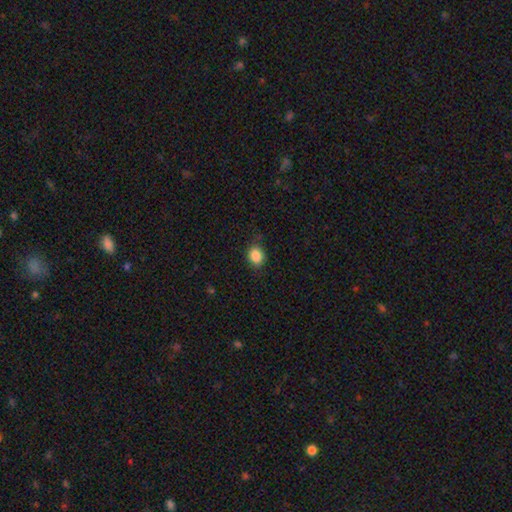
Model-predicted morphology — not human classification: This appears to be a smooth galaxy with no disk features (87%) that is round (53%). Merging: none (80%).